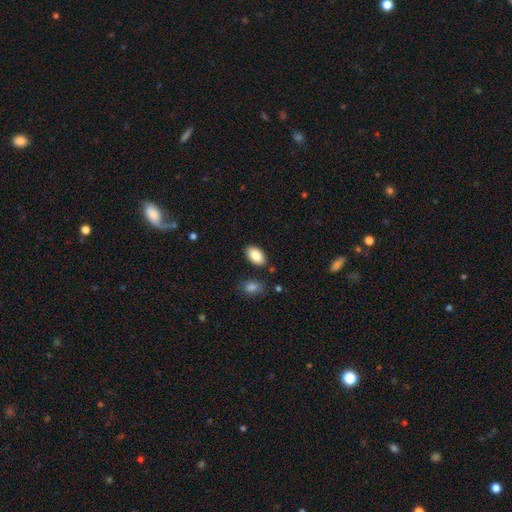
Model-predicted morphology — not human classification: smooth-or-featured: smooth: 87% | star or artifact: 7% | featured or disk: 6%
  how-rounded: in between: 94% | round: 5% | cigar-shaped: 2%
  merging: none: 84% | minor disturbance: 10% | merger: 3% | major disturbance: 3%